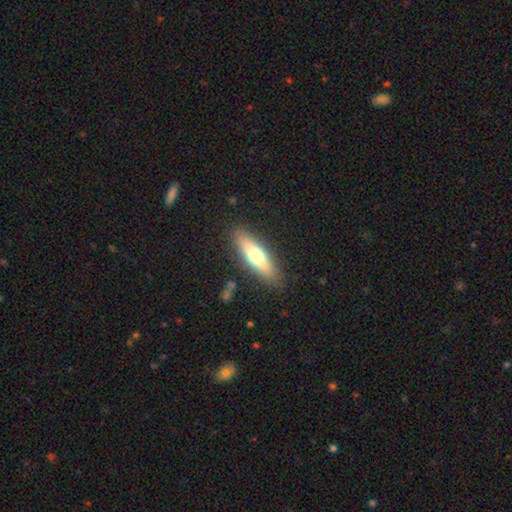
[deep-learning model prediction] smooth_or_featured: smooth (p=0.60) [alt: featured or disk p=0.34]
how_rounded: cigar-shaped (p=0.63) [alt: in between p=0.35]
merging: none (p=0.87) [alt: minor disturbance p=0.09]